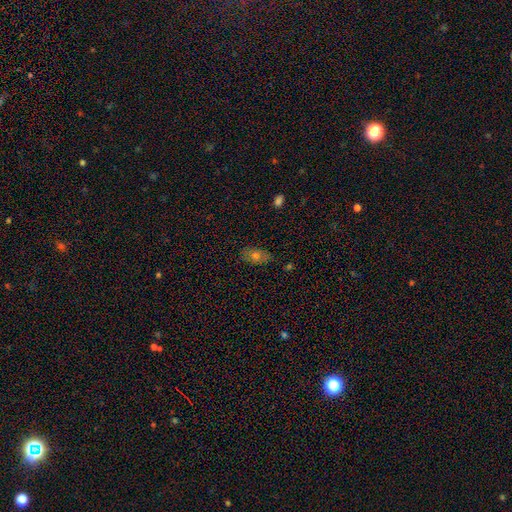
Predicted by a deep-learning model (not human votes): This is likely a smooth galaxy (69%). How rounded: clearly in between (85%). Merging: likely none (78%).